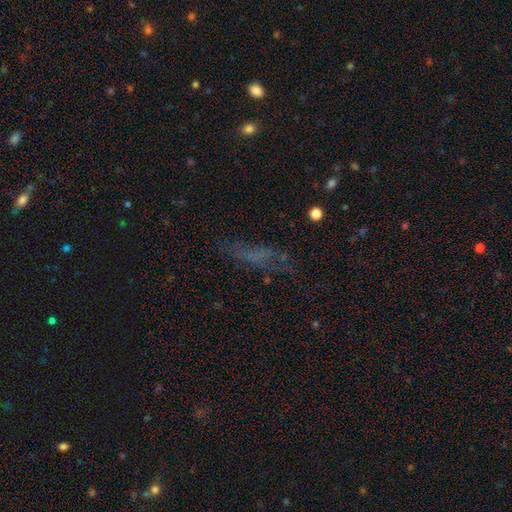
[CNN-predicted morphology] Smooth or featured?
  - smooth: 42% *
  - featured or disk: 34%
  - star or artifact: 25%
Merging?
  - none: 56% *
  - minor disturbance: 21%
  - major disturbance: 20%
  - merger: 3%